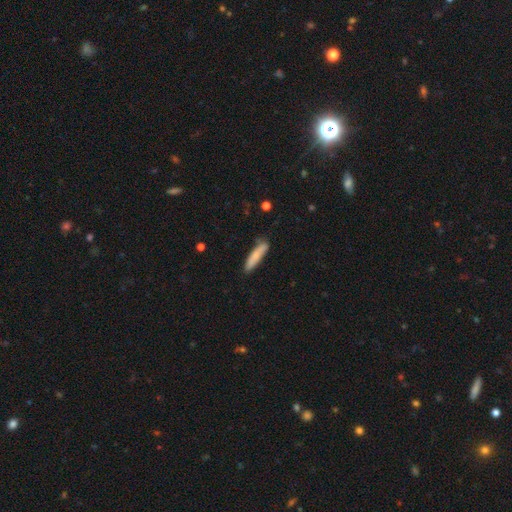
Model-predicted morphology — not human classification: A smooth galaxy with no disk features (78%) that is cigar-shaped (84%). Merging: none (80%).